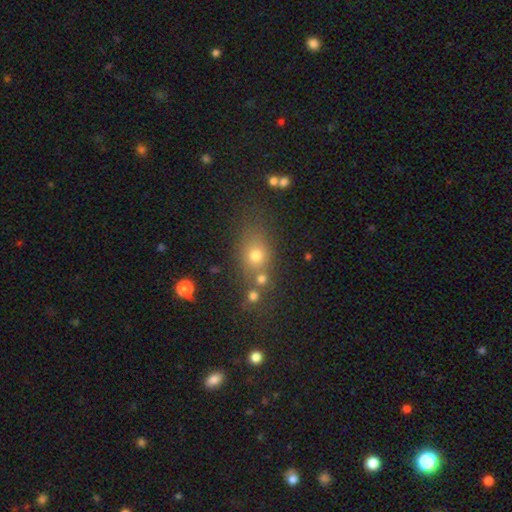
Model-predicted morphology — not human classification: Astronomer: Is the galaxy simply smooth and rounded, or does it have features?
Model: smooth — 68%.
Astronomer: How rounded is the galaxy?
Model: round — 49% (runner-up: in between, 47%).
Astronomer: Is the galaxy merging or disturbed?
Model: none — 60%.